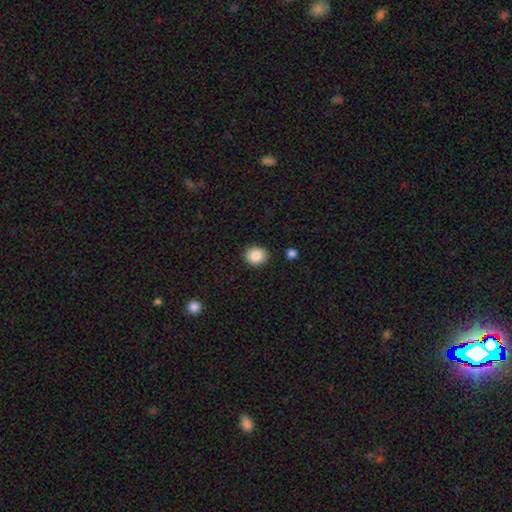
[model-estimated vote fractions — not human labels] Overall: smooth (88%). How rounded: round (75%). Merging: none (88%).